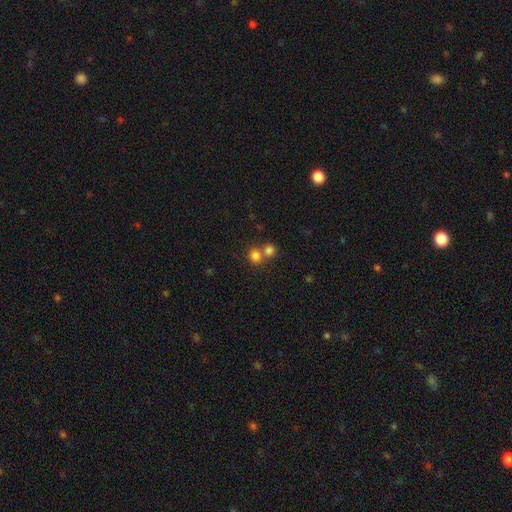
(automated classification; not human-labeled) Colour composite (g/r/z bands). It shows a smooth galaxy with no disk features (79%) that is round (86%). Merging: none (49%).